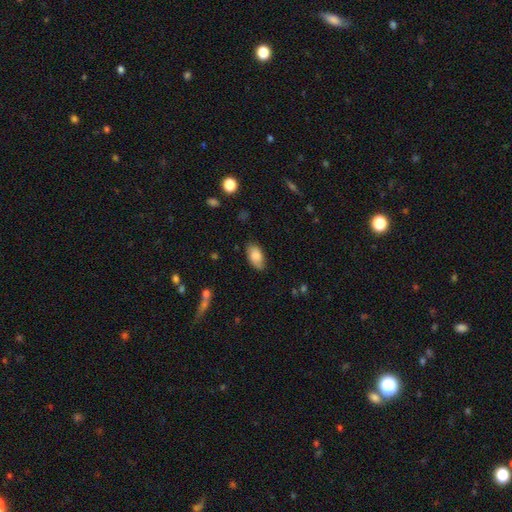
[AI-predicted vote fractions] Morphology: type=smooth (83%); roundness=in between (94%); merging=none (81%).